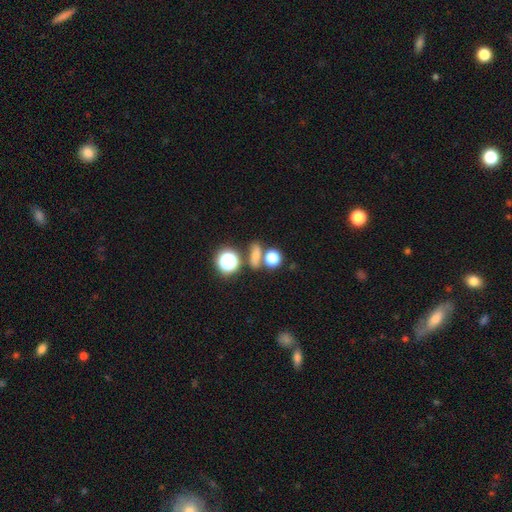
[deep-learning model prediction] Smooth or featured: smooth — 67% (star or artifact — 24%)
How rounded: round — 48% (in between — 44%)
Merging: none — 63% (merger — 21%)